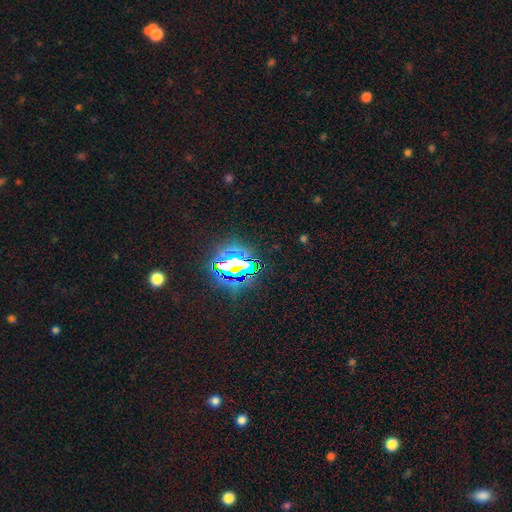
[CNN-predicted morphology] Smooth or featured: star or artifact — 82% (smooth — 11%)